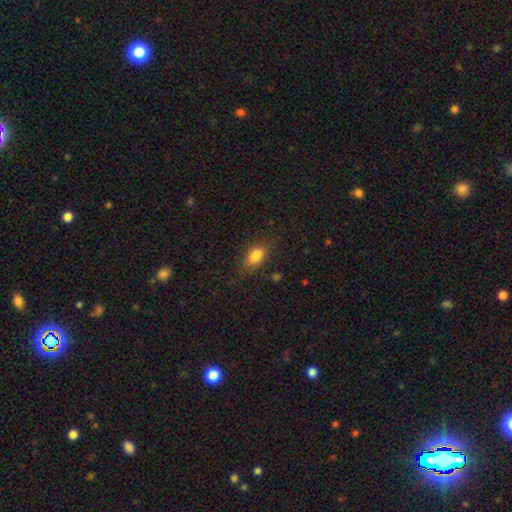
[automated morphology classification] smooth-or-featured: smooth: 79% | featured or disk: 11% | star or artifact: 11%
  how-rounded: in between: 83% | cigar-shaped: 10% | round: 8%
  merging: none: 71% | minor disturbance: 19% | major disturbance: 7% | merger: 3%